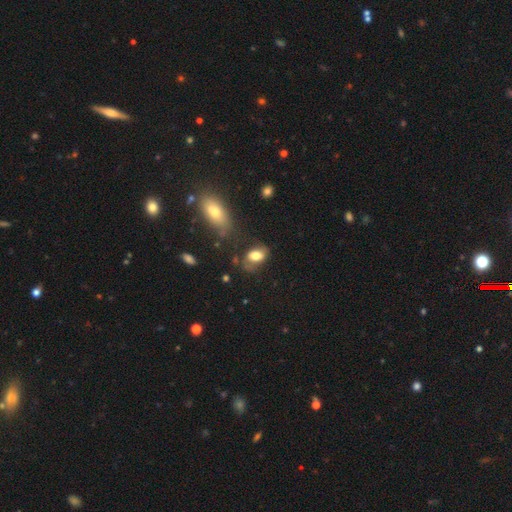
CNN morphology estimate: Overall: smooth (75%). How rounded: in between (85%). Merging: none (54%; minor disturbance 27%).